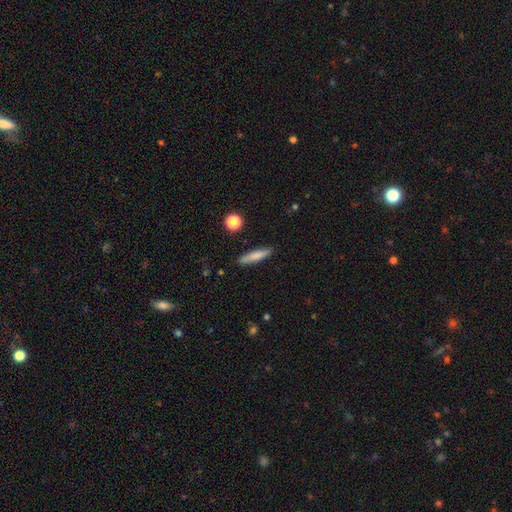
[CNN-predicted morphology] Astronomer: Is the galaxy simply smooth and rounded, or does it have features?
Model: smooth — 76%.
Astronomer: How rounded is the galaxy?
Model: cigar-shaped — 85%.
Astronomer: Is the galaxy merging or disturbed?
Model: none — 87%.